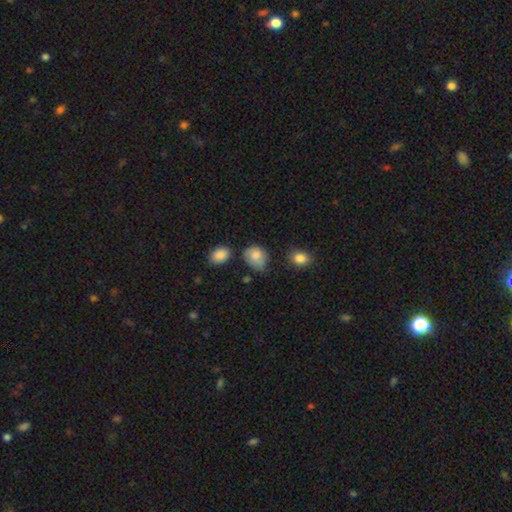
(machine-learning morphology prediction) Smooth or featured?
  - smooth: 79% *
  - featured or disk: 13%
  - star or artifact: 8%
How rounded?
  - in between: 55% *
  - round: 44%
  - cigar-shaped: 1%
Merging?
  - none: 45% *
  - minor disturbance: 40%
  - major disturbance: 11%
  - merger: 4%